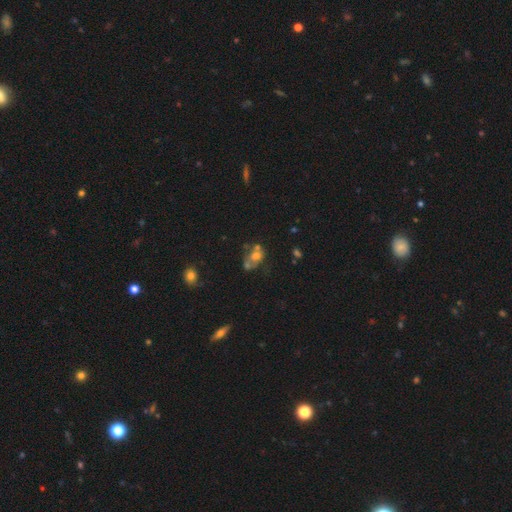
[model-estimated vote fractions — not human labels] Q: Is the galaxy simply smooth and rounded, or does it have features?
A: smooth — 45%.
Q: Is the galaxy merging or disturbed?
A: merger — 41%.